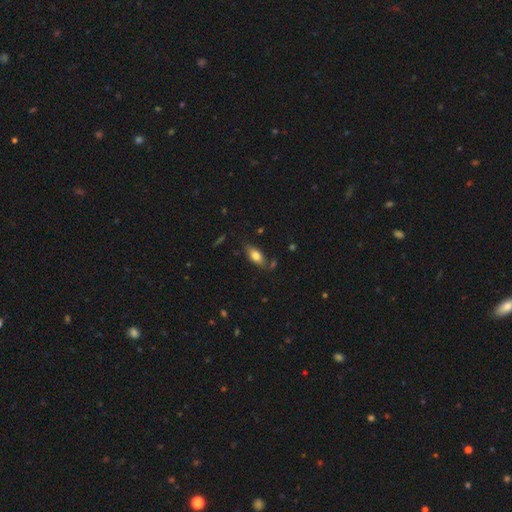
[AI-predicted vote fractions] smooth_or_featured: smooth (p=0.74) [alt: featured or disk p=0.19]
how_rounded: in between (p=0.83) [alt: cigar-shaped p=0.13]
merging: none (p=0.71) [alt: minor disturbance p=0.19]